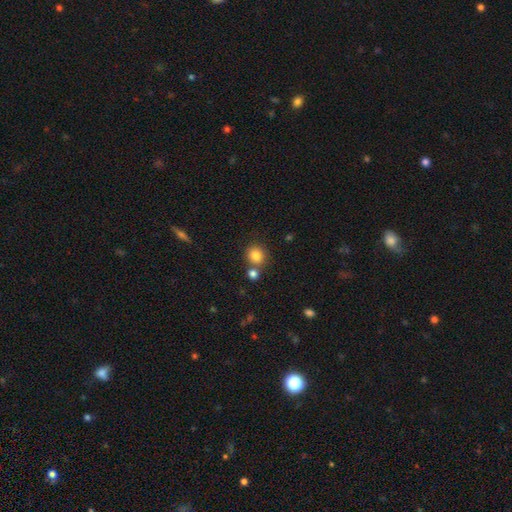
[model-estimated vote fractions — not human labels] Smooth or featured? smooth (83%)
How rounded? round (80%)
Merging? none (68%)